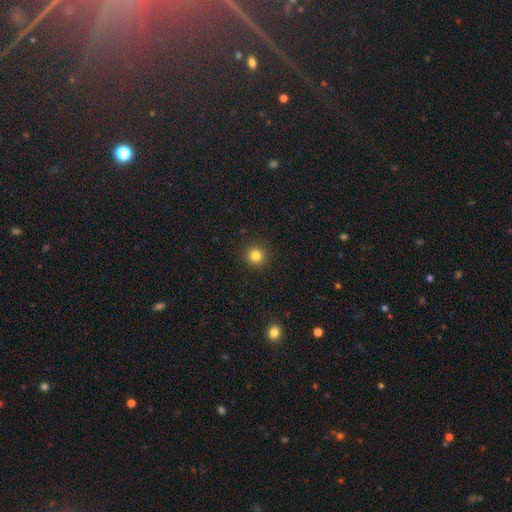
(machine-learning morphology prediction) This appears to be a smooth galaxy with no disk features (82%) that is round (95%). Merging: none (93%).